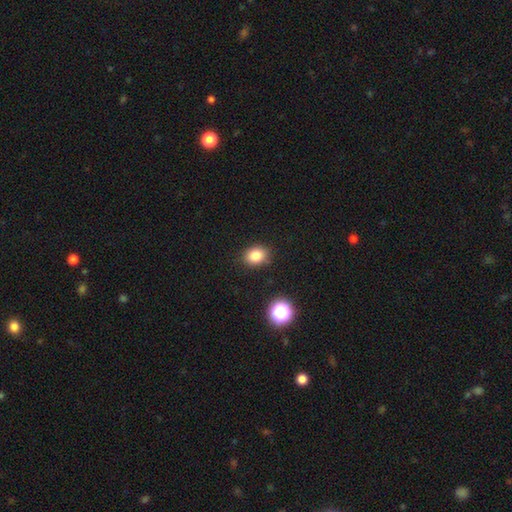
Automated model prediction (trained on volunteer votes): Overall: smooth (82%). How rounded: in between (53%; round 46%). Merging: none (87%).